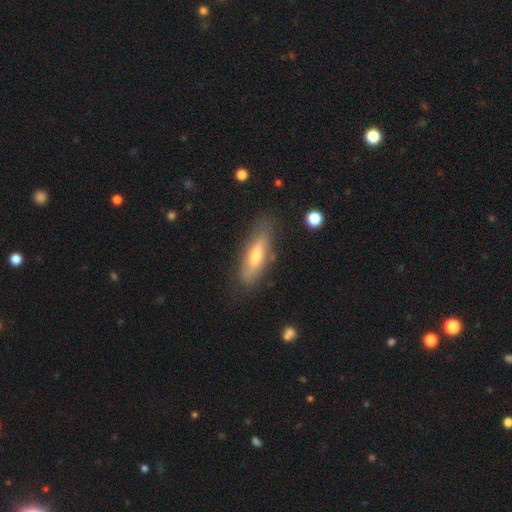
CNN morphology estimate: The model was most divided on "how rounded": cigar-shaped: 53%, in between: 45%, round: 2%. More confident: merging — none (77%); smooth or featured — smooth (56%).